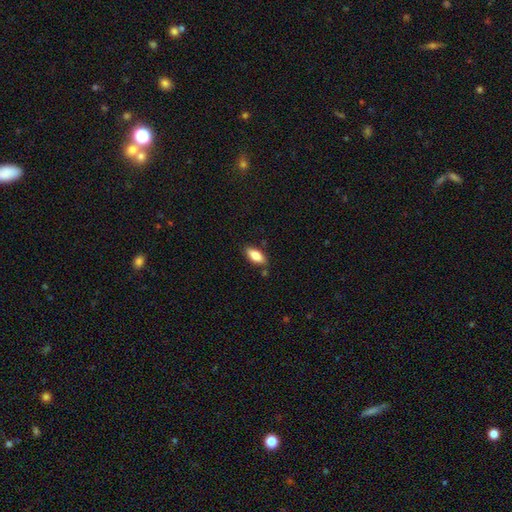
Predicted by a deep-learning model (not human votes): Smooth or featured?
  - smooth: 82% *
  - featured or disk: 11%
  - star or artifact: 7%
How rounded?
  - in between: 87% *
  - cigar-shaped: 11%
  - round: 2%
Merging?
  - none: 82% *
  - minor disturbance: 13%
  - merger: 3%
  - major disturbance: 2%